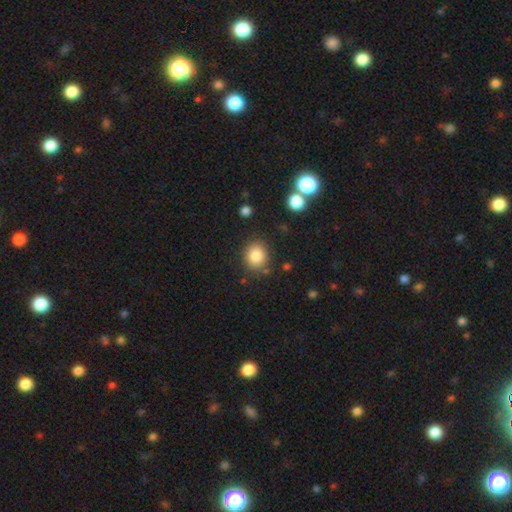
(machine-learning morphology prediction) type=smooth (85%); roundness=round (74%); merging=none (83%).